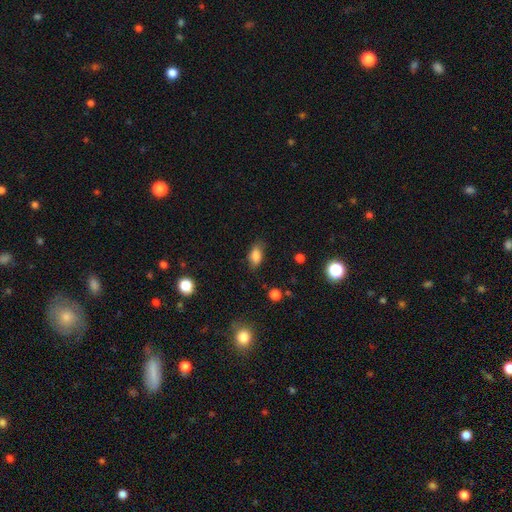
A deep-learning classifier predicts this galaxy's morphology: smooth 83%, star or artifact 9%, featured or disk 8%. Down the decision tree: how rounded — in between (87%); merging — none (74%).